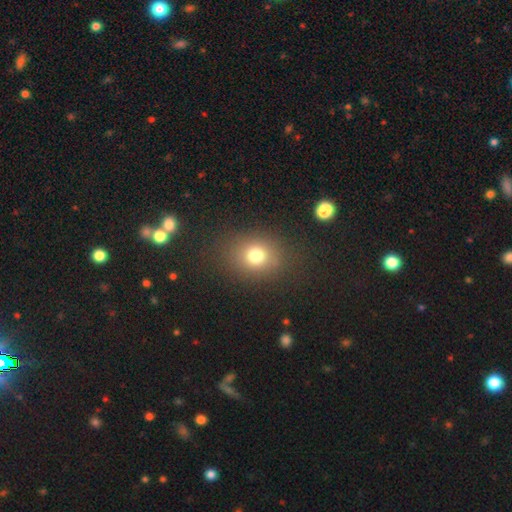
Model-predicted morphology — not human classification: The model was most divided on "how rounded": round: 58%, in between: 41%, cigar-shaped: 1%. More confident: merging — none (83%); smooth or featured — smooth (76%).